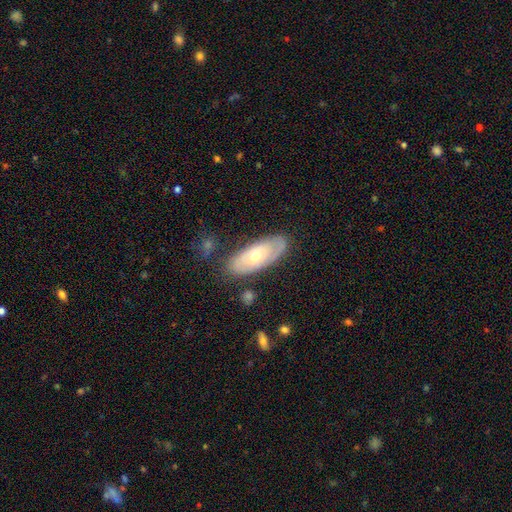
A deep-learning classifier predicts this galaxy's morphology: smooth-or-featured: featured or disk: 53% | smooth: 41% | star or artifact: 6%
  disk-edge-on: no: 81% | yes: 19%
  merging: none: 76% | minor disturbance: 17% | major disturbance: 4% | merger: 3%